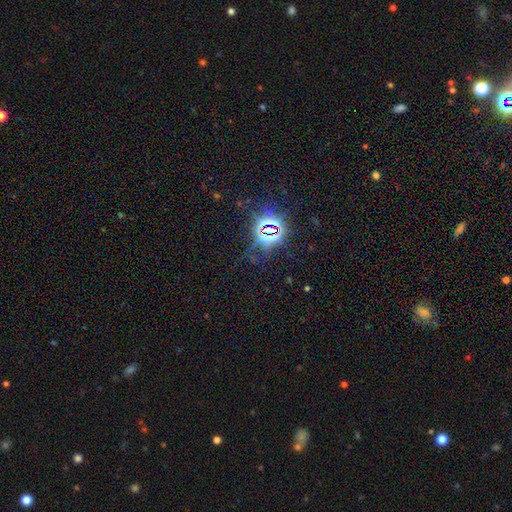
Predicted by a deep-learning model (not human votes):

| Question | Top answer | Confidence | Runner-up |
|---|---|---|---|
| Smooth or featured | star or artifact | 84% | smooth (9%) |